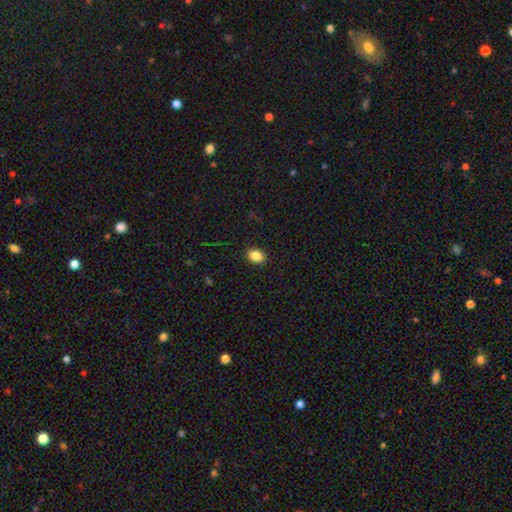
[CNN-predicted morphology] type=smooth (86%); roundness=in between (67%); merging=none (90%).